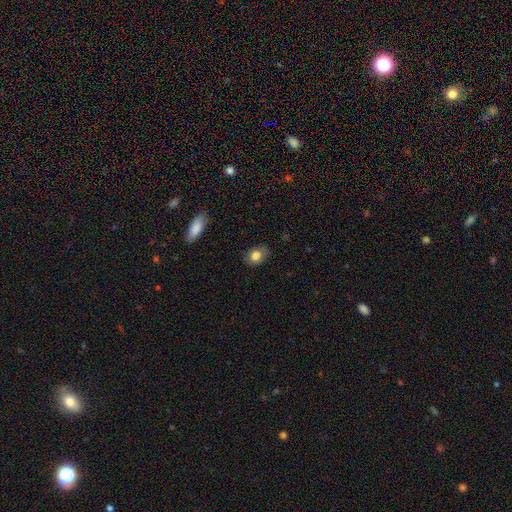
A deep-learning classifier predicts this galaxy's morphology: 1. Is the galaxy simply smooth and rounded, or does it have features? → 79% smooth, 12% featured or disk, 9% star or artifact.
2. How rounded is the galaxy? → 67% in between, 31% round, 1% cigar-shaped.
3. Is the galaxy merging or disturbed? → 79% none, 16% minor disturbance, 4% major disturbance, 1% merger.